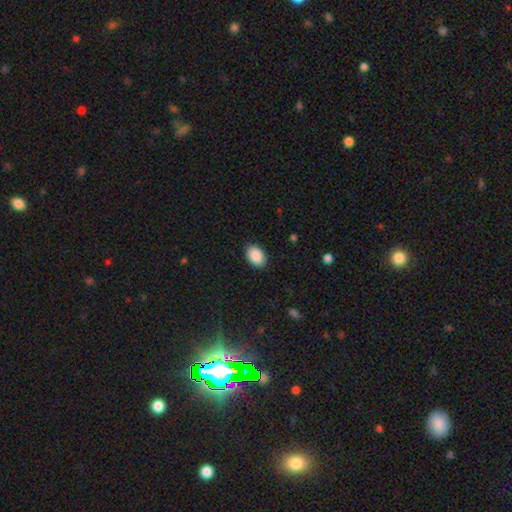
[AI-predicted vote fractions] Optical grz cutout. It shows a smooth galaxy with no disk features (90%) that is in between round and cigar-shaped (88%). Merging: none (89%).